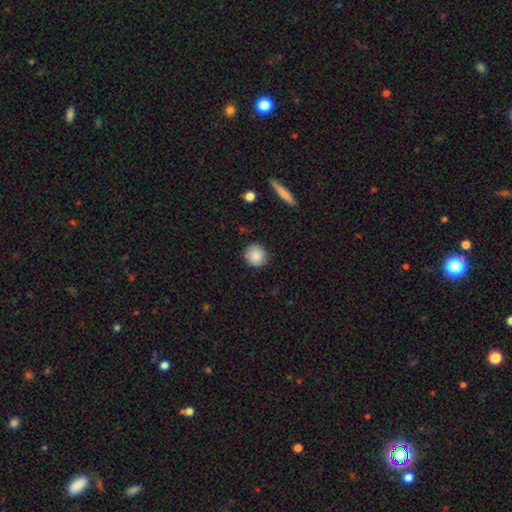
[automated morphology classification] type=smooth (87%); roundness=round (91%); merging=none (86%).